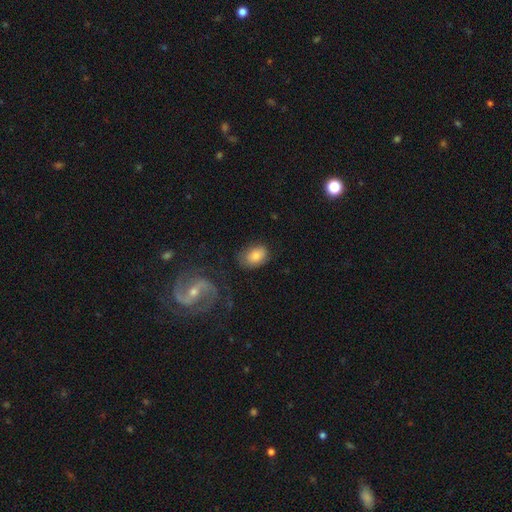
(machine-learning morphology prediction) smooth_or_featured: smooth (p=0.78) [alt: featured or disk p=0.14]
how_rounded: in between (p=0.80) [alt: round p=0.19]
merging: none (p=0.66) [alt: minor disturbance p=0.22]